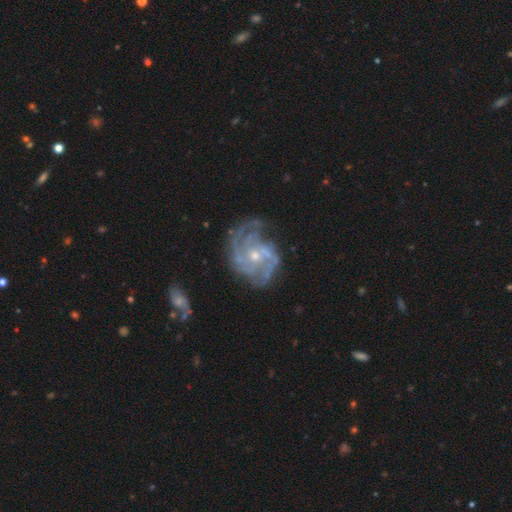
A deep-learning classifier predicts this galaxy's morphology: Smooth or featured?
  - featured or disk: 89% *
  - star or artifact: 6%
  - smooth: 5%
Edge-on disk?
  - no: 98% *
  - yes: 2%
Bar?
  - no: 69% *
  - weak: 26%
  - strong: 5%
Spiral arms?
  - yes: 96% *
  - no: 4%
Spiral winding?
  - tight: 47% *
  - medium: 41%
  - loose: 12%
Spiral arm count?
  - 3: 27% *
  - can't tell: 23%
  - 2: 21%
  - 4: 15%
  - more than 4: 7%
  - 1: 7%
Bulge size?
  - small: 64% *
  - moderate: 33%
  - none: 1%
  - large: 1%
  - dominant: 1%
Merging?
  - none: 60% *
  - minor disturbance: 22%
  - major disturbance: 14%
  - merger: 3%